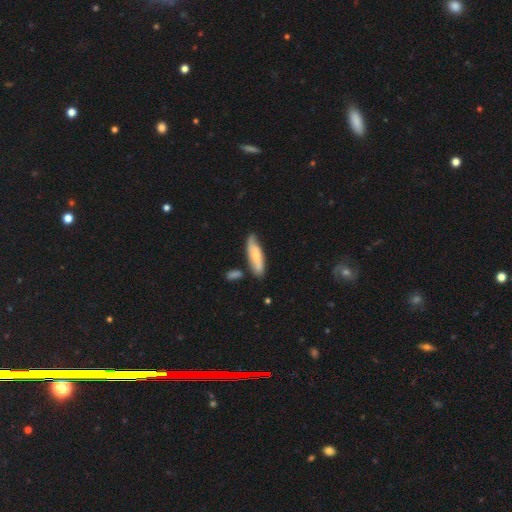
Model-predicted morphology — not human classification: smooth_or_featured: smooth (p=0.57) [alt: featured or disk p=0.38]
how_rounded: cigar-shaped (p=0.51) [alt: in between p=0.47]
merging: none (p=0.66) [alt: minor disturbance p=0.21]